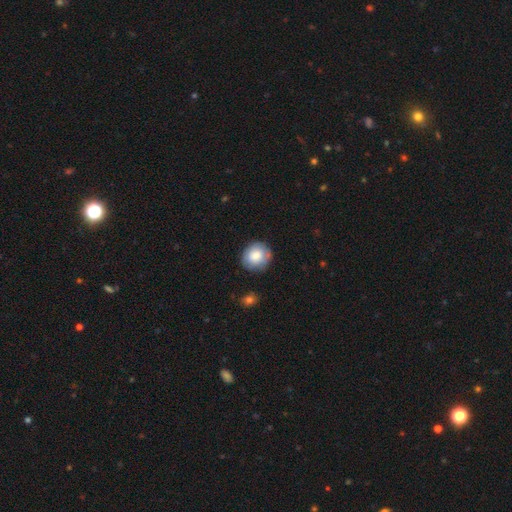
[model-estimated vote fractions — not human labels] Smooth or featured? Predicted: smooth (p=0.77). How rounded? Predicted: round (p=0.81). Merging? Predicted: none (p=0.81).